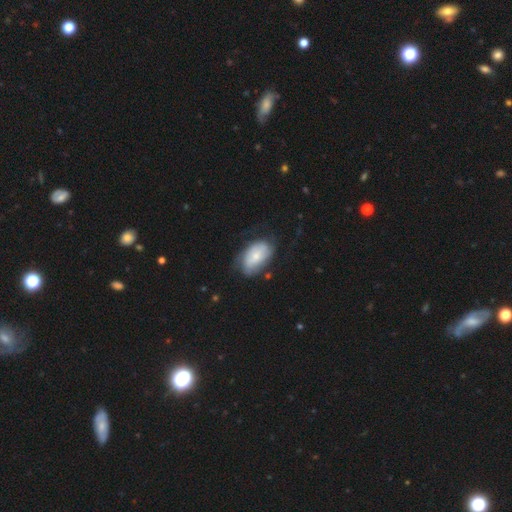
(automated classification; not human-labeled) Overall: smooth (57%; featured or disk 36%). How rounded: in between (92%). Merging: none (56%; minor disturbance 28%).